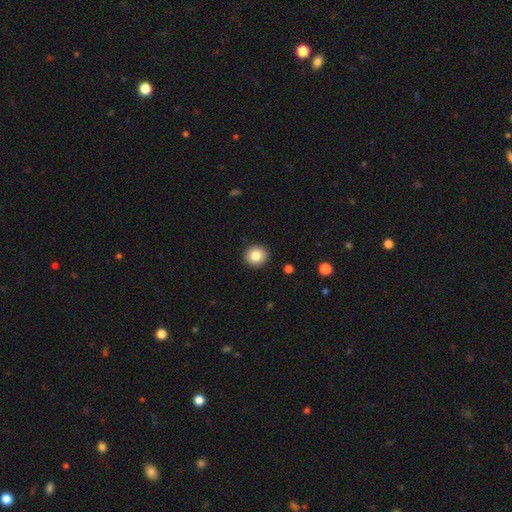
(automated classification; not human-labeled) This appears to be a smooth galaxy with no disk features (83%) that is round (89%). Merging: none (92%).